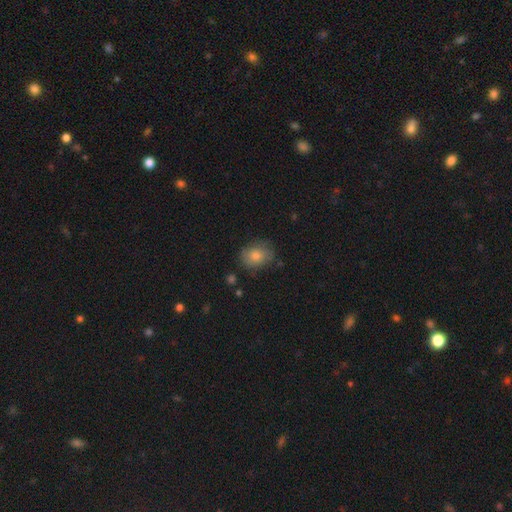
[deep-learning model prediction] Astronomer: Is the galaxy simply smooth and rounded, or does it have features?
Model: smooth — 76%.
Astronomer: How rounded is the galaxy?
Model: round — 56% (runner-up: in between, 43%).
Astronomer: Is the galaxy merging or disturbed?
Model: none — 76%.